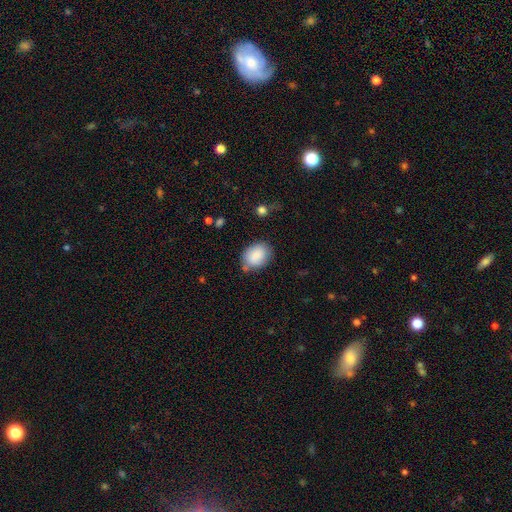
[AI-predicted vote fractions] A smooth galaxy with no disk features (87%) that is in between round and cigar-shaped (70%).

Vote fractions:
- Smooth or featured? smooth: 87% / star or artifact: 7% / featured or disk: 6%
- How rounded? in between: 70% / round: 29% / cigar-shaped: 1%
- Merging? none: 73% / minor disturbance: 19% / major disturbance: 4% / merger: 4%